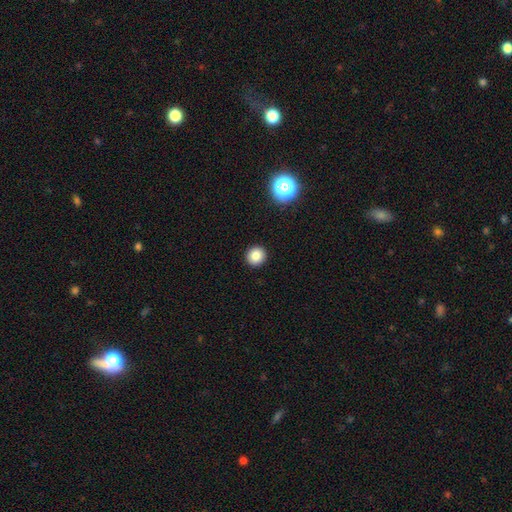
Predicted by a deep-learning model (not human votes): Smooth or featured: smooth — 83% (star or artifact — 12%)
How rounded: round — 92% (in between — 7%)
Merging: none — 93% (minor disturbance — 4%)